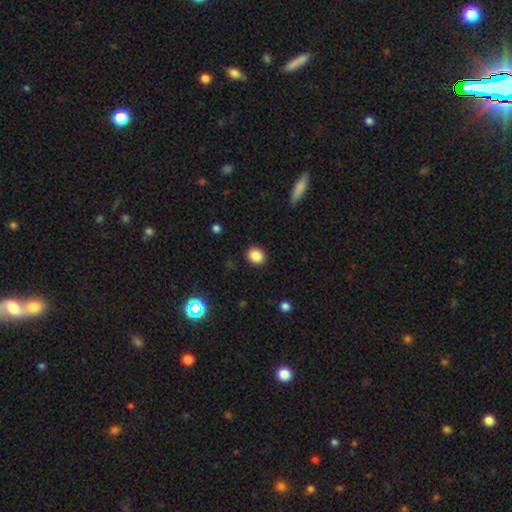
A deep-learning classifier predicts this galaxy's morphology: This is clearly a smooth galaxy (86%). How rounded: likely round (64%). Merging: clearly none (90%).